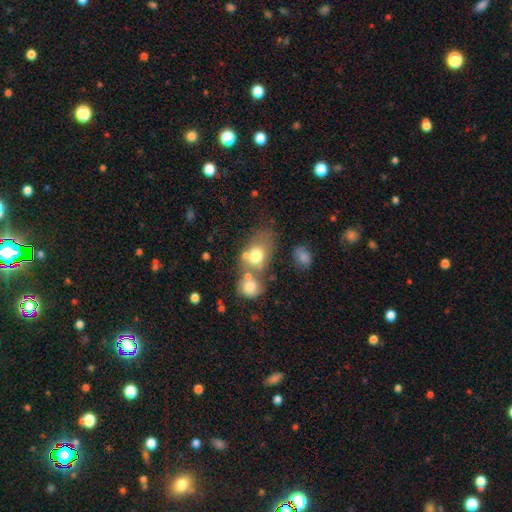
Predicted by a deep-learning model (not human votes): This is likely a smooth galaxy (69%). How rounded: likely in between (67%). Merging: marginally merger (41%).